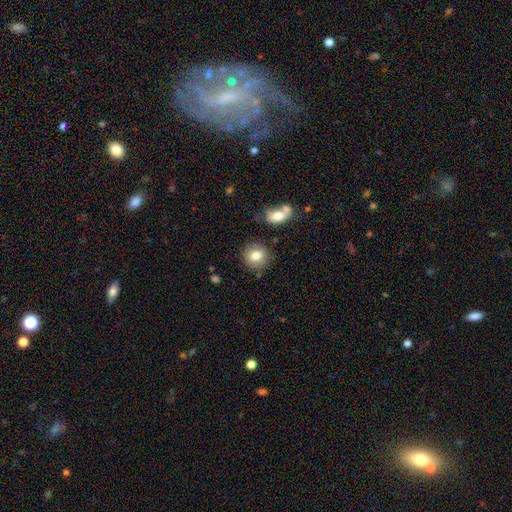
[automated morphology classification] smooth-or-featured: smooth: 79% | featured or disk: 12% | star or artifact: 9%
  how-rounded: round: 85% | in between: 14% | cigar-shaped: 1%
  merging: none: 82% | minor disturbance: 10% | merger: 5% | major disturbance: 3%